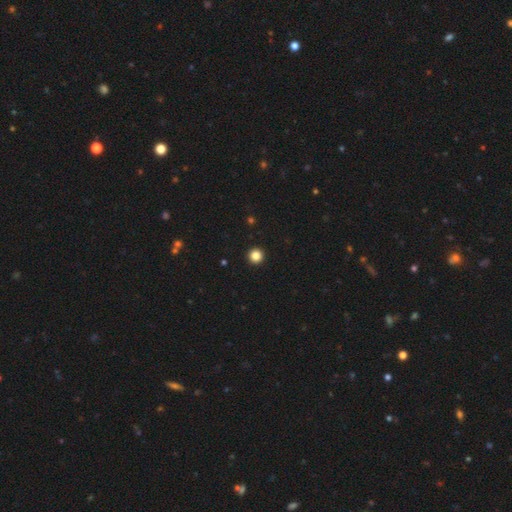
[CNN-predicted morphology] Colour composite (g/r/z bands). It shows a smooth galaxy with no disk features (85%) that is round (96%). Merging: none (94%).